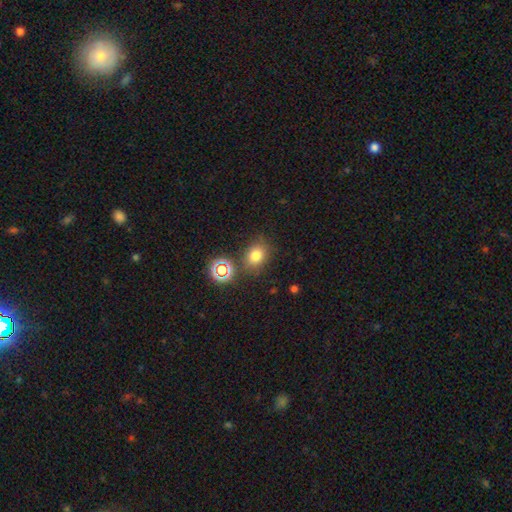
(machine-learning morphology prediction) Overall: smooth (74%). How rounded: round (54%; in between 45%). Merging: none (77%).